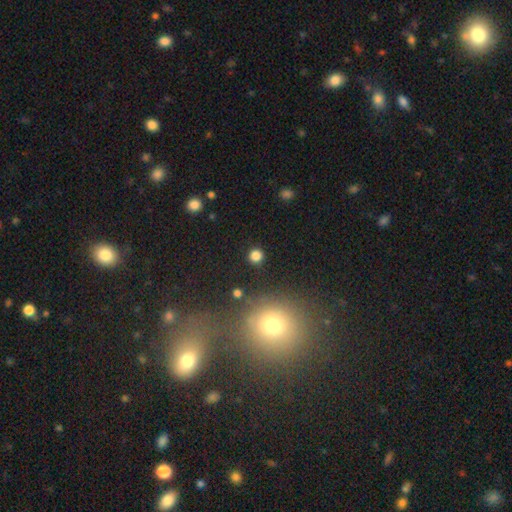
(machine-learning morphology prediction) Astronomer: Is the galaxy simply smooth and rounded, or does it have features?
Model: smooth — 80%.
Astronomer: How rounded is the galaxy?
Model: round — 93%.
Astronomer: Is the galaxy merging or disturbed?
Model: none — 89%.